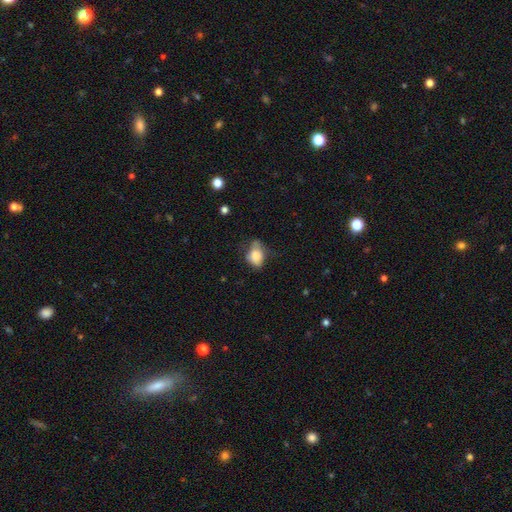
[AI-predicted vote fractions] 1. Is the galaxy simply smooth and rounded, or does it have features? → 75% smooth, 16% featured or disk, 9% star or artifact.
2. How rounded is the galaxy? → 67% in between, 31% round, 1% cigar-shaped.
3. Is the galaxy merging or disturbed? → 42% none, 36% minor disturbance, 17% major disturbance, 5% merger.